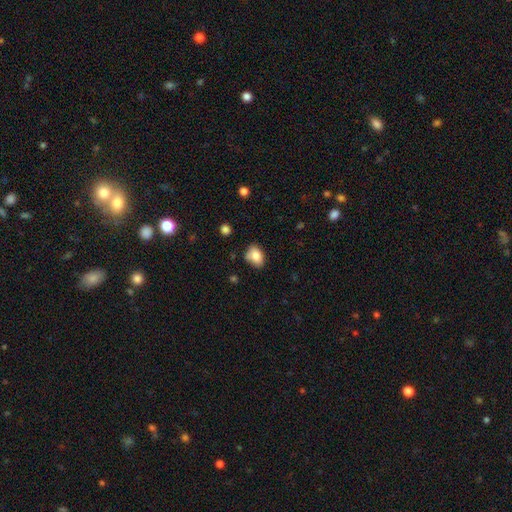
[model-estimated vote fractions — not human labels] This appears to be a smooth galaxy with no disk features (81%) that is in between round and cigar-shaped (74%). Merging: none (62%).